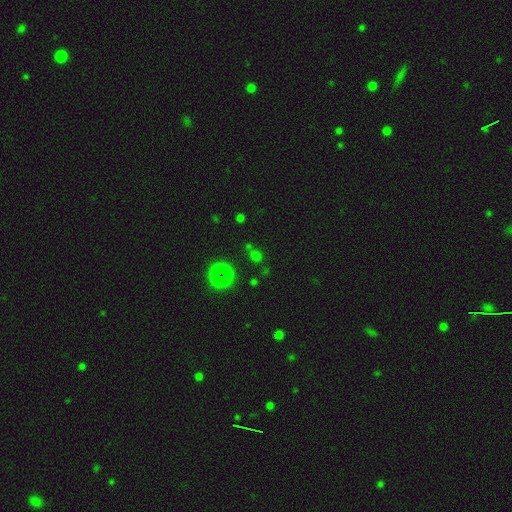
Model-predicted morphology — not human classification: smooth 49%, star or artifact 44%, featured or disk 7%. Down the decision tree: merging — none (66%).